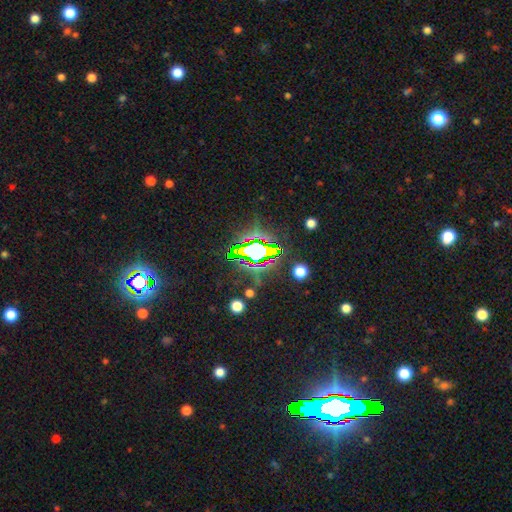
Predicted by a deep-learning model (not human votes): smooth-or-featured: star or artifact: 70% | smooth: 16% | featured or disk: 14%